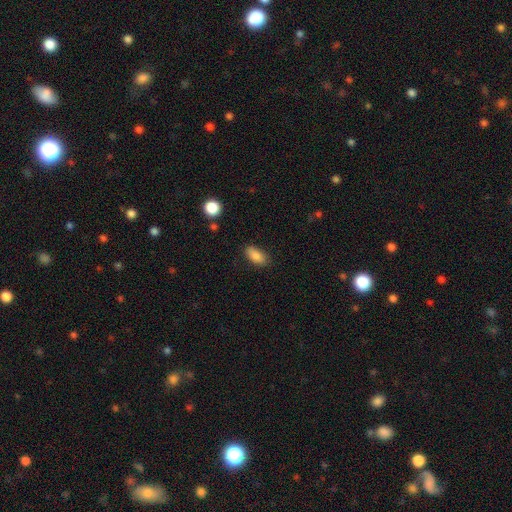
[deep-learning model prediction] Overall: smooth (86%). How rounded: in between (90%). Merging: none (82%).